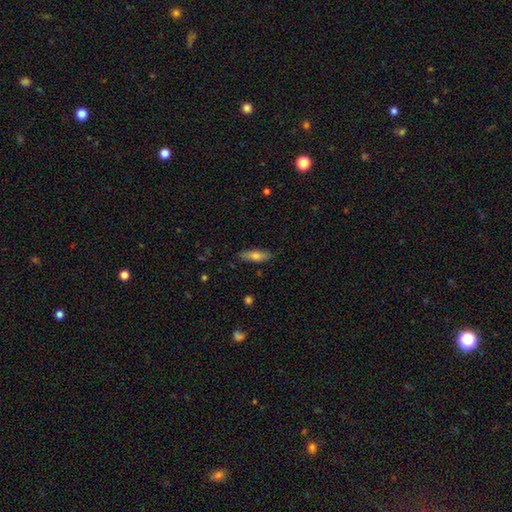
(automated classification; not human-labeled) smooth 61%, featured or disk 31%, star or artifact 8%. Down the decision tree: how rounded — cigar-shaped (56%); merging — none (86%).